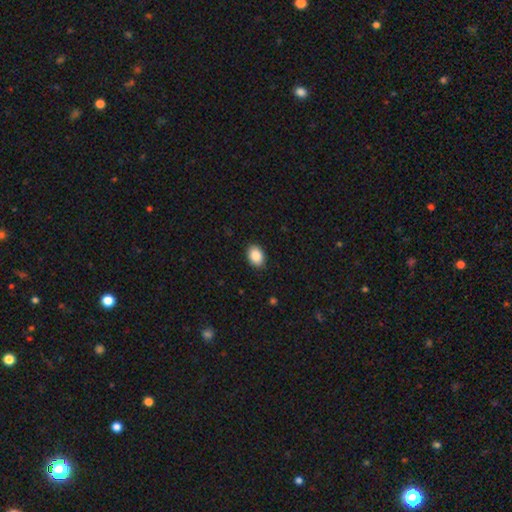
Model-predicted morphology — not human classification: A smooth galaxy with no disk features (89%) that is in between round and cigar-shaped (77%).

Vote fractions:
- Smooth or featured? smooth: 89% / star or artifact: 8% / featured or disk: 4%
- How rounded? in between: 77% / round: 22% / cigar-shaped: 1%
- Merging? none: 89% / minor disturbance: 8% / major disturbance: 2% / merger: 1%